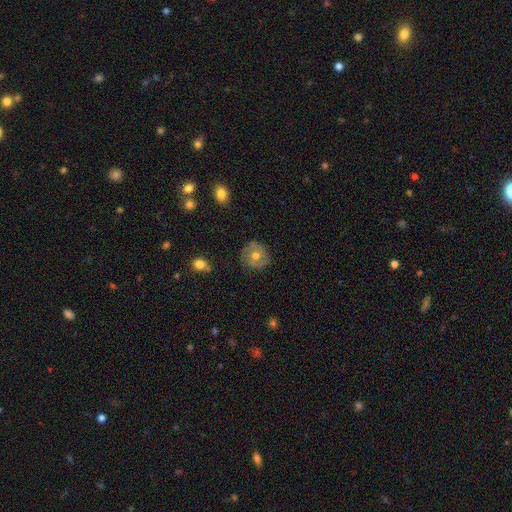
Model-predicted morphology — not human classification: A smooth galaxy with no disk features (49%). Merging: none (79%).